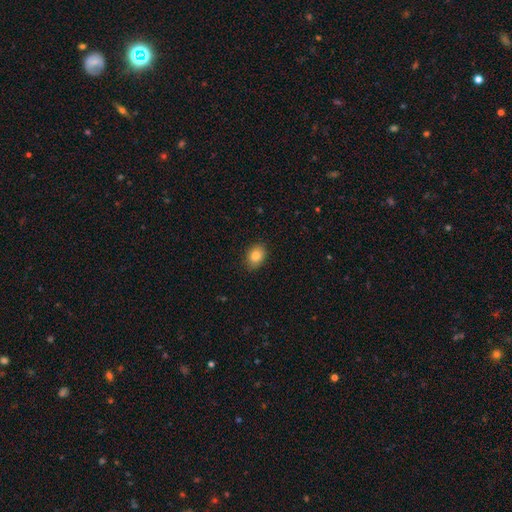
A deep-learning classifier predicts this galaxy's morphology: Smooth or featured? Predicted: smooth (p=0.85). How rounded? Predicted: in between (p=0.71). Merging? Predicted: none (p=0.87).